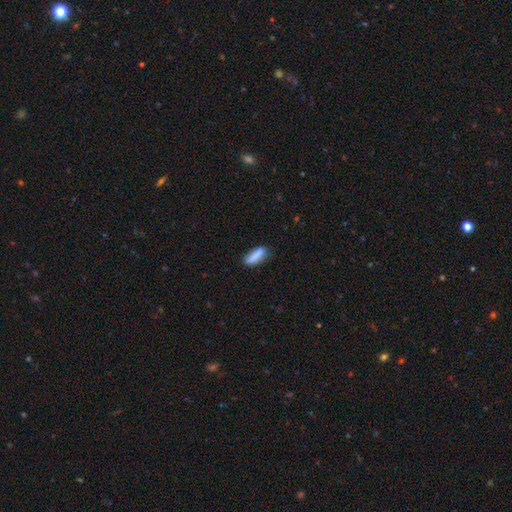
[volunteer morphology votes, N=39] Smooth or featured: smooth — 87% (featured or disk — 8%)
How rounded: in between — 59% (cigar-shaped — 38%)
Merging: none — 73% (minor disturbance — 16%)